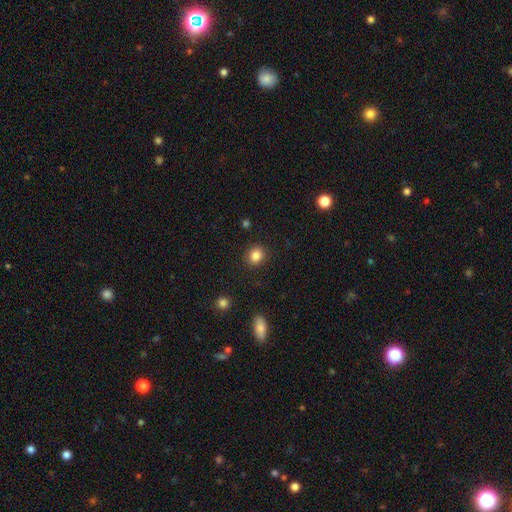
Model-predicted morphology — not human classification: Smooth or featured: smooth — 84% (star or artifact — 11%)
How rounded: round — 76% (in between — 23%)
Merging: none — 90% (minor disturbance — 6%)